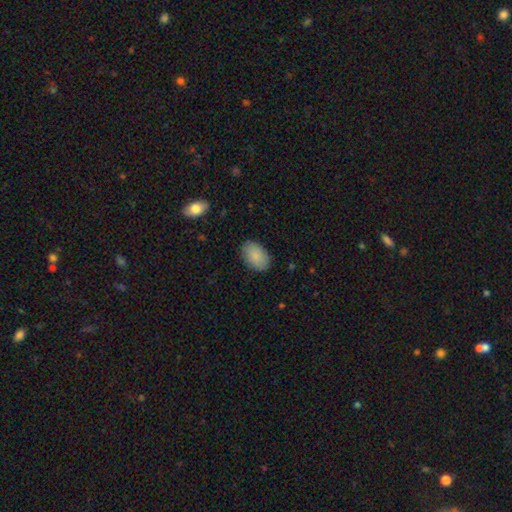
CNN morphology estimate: Smooth or featured: smooth — 87% (featured or disk — 7%)
How rounded: in between — 91% (round — 8%)
Merging: none — 85% (minor disturbance — 11%)